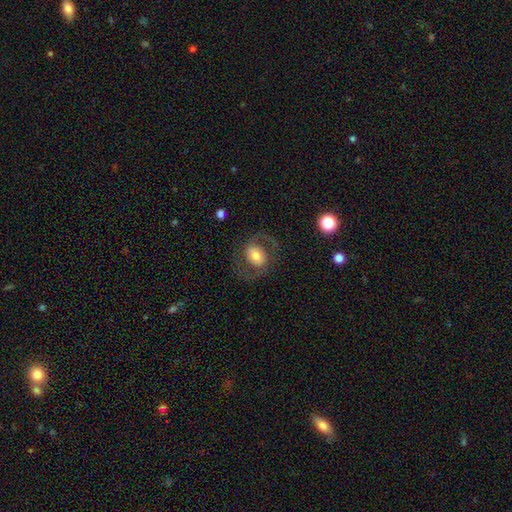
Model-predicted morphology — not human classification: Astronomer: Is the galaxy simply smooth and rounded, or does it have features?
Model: featured or disk — 62%.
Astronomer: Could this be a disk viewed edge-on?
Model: no — 97%.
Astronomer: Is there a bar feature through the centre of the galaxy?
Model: no — 49% (runner-up: weak, 34%).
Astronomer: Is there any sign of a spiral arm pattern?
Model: yes — 79%.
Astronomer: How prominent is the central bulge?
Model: moderate — 58%.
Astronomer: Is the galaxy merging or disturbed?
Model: none — 71%.